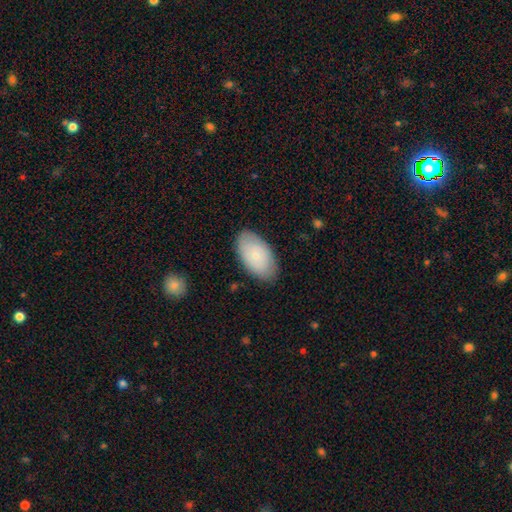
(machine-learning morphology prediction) Smooth or featured: smooth — 69% (featured or disk — 25%)
How rounded: in between — 94% (round — 4%)
Merging: none — 82% (minor disturbance — 14%)